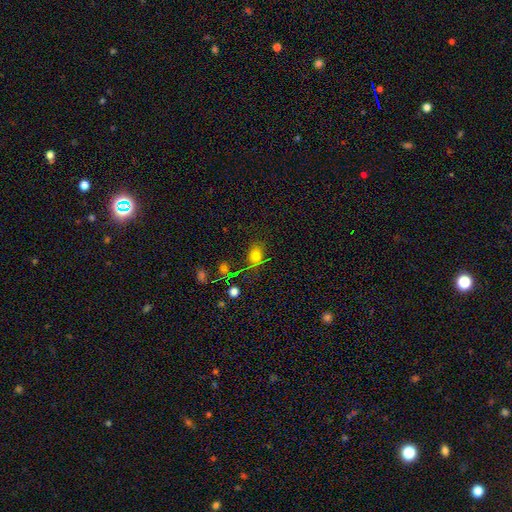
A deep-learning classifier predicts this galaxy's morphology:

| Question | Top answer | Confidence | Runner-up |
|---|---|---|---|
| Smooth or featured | smooth | 70% | star or artifact (21%) |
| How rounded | in between | 60% | round (38%) |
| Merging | none | 64% | minor disturbance (19%) |